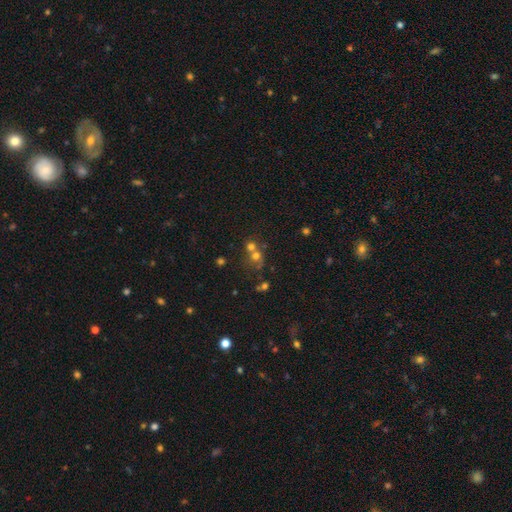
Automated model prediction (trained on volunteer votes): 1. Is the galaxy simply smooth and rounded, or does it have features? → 62% smooth, 22% star or artifact, 16% featured or disk.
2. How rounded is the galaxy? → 81% round, 18% in between, 1% cigar-shaped.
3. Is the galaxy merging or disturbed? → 51% merger, 38% none, 6% minor disturbance, 4% major disturbance.